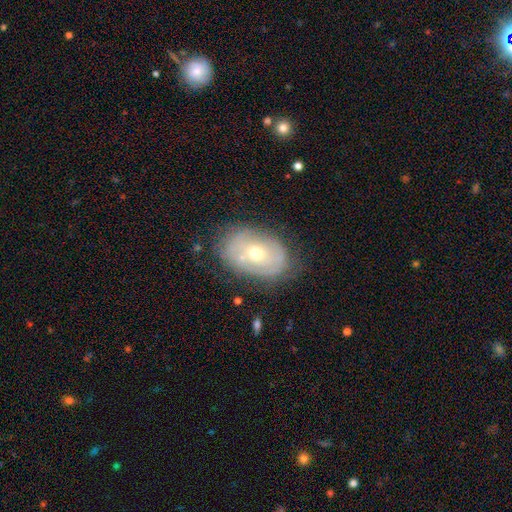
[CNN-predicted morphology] featured or disk 58%, smooth 34%, star or artifact 8%. Down the decision tree: edge-on disk — no (93%); bar — no (75%); spiral arms — no (52%); bulge size — moderate (66%); merging — none (72%).